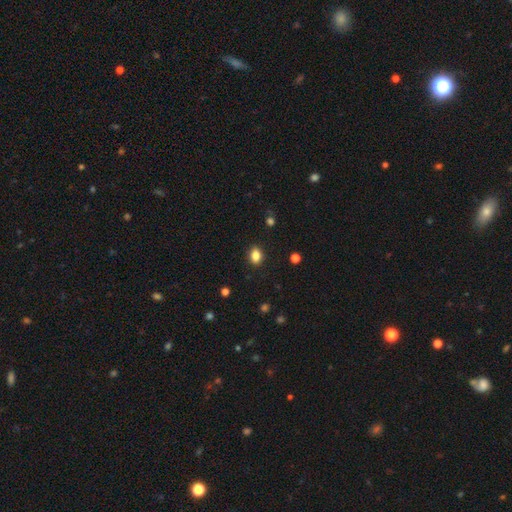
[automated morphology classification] A smooth galaxy with no disk features (85%) that is in between round and cigar-shaped (71%). Merging: none (88%).